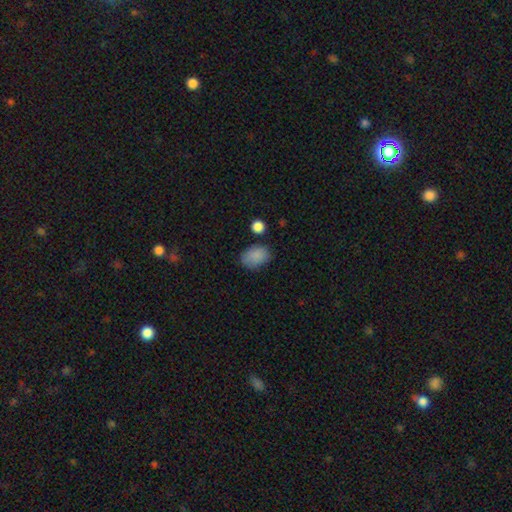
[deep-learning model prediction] Overall: smooth (87%). How rounded: in between (81%). Merging: none (74%).